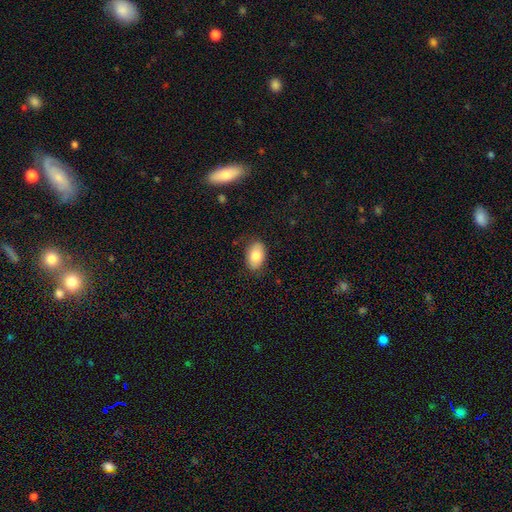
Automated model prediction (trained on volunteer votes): Smooth or featured?
  - smooth: 84% *
  - featured or disk: 9%
  - star or artifact: 7%
How rounded?
  - in between: 90% *
  - round: 9%
  - cigar-shaped: 1%
Merging?
  - none: 83% *
  - minor disturbance: 13%
  - major disturbance: 3%
  - merger: 1%